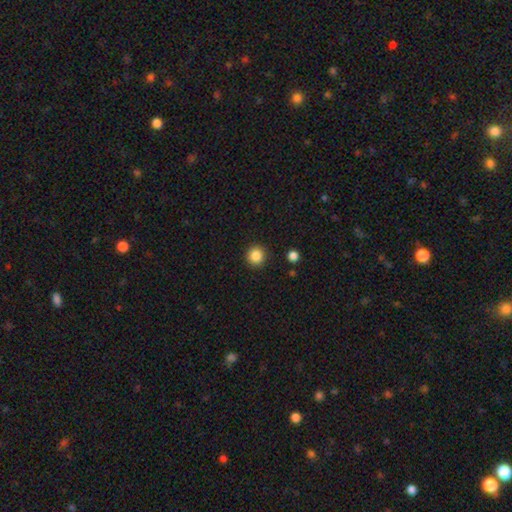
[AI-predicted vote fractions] smooth-or-featured: smooth: 86% | star or artifact: 10% | featured or disk: 3%
  how-rounded: round: 94% | in between: 5% | cigar-shaped: 1%
  merging: none: 91% | minor disturbance: 6% | major disturbance: 2% | merger: 1%